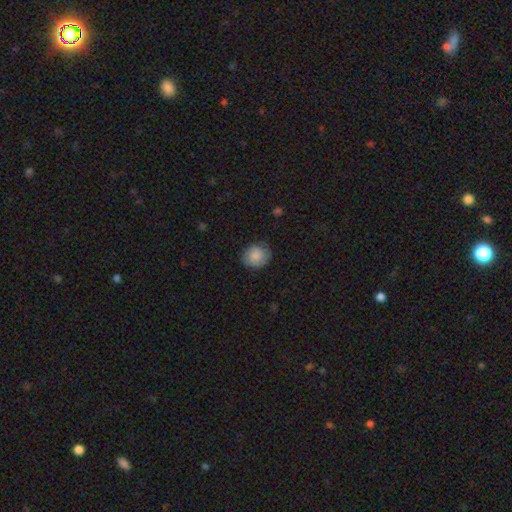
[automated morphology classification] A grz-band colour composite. It shows a smooth galaxy with no disk features (84%) that is round (76%). Merging: none (76%).